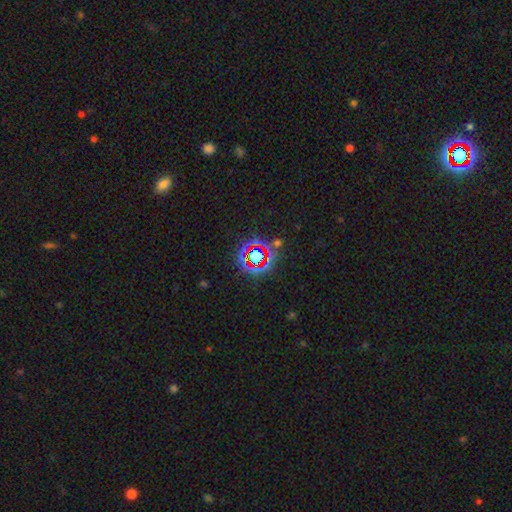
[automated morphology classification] This appears to be a star or artifact, not a galaxy (71%).